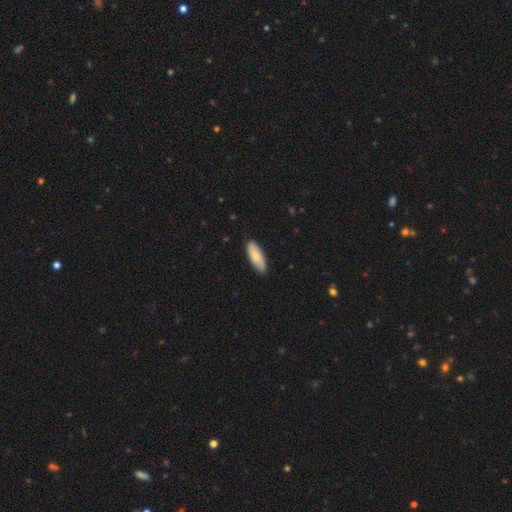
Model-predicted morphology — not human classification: Smooth or featured?
  - smooth: 84% *
  - featured or disk: 11%
  - star or artifact: 5%
How rounded?
  - in between: 67% *
  - cigar-shaped: 32%
  - round: 2%
Merging?
  - none: 87% *
  - minor disturbance: 11%
  - major disturbance: 2%
  - merger: 1%